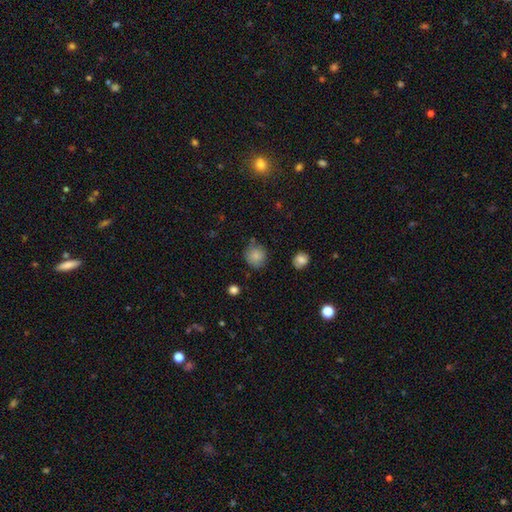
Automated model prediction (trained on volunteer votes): This is clearly a smooth galaxy (84%). How rounded: clearly round (87%). Merging: likely none (74%).